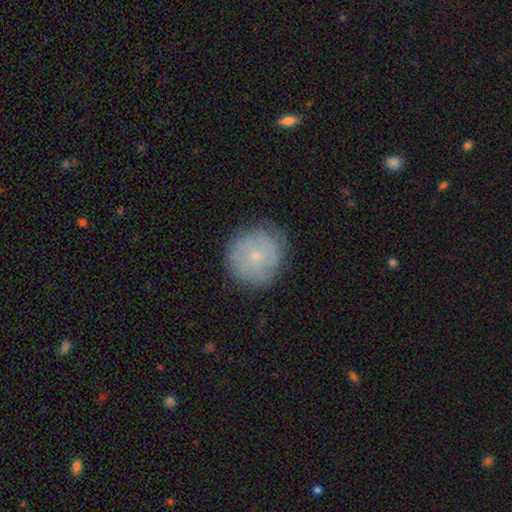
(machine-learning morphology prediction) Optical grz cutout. It shows a smooth galaxy with no disk features (63%) that is round (90%). Merging: none (75%).